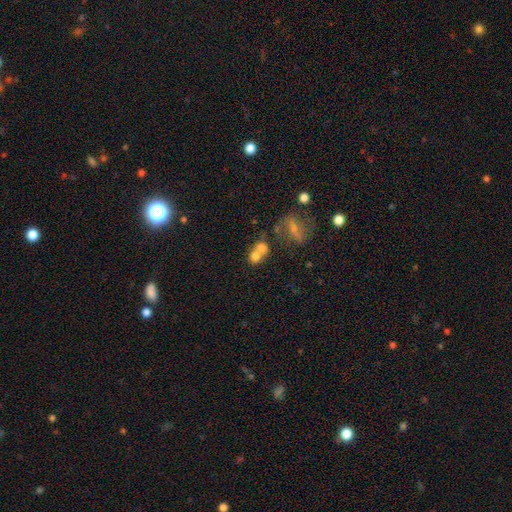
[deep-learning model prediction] Smooth or featured?
  - smooth: 70% *
  - featured or disk: 18%
  - star or artifact: 12%
How rounded?
  - round: 68% *
  - in between: 31%
  - cigar-shaped: 1%
Merging?
  - merger: 62% *
  - none: 29%
  - minor disturbance: 6%
  - major disturbance: 4%